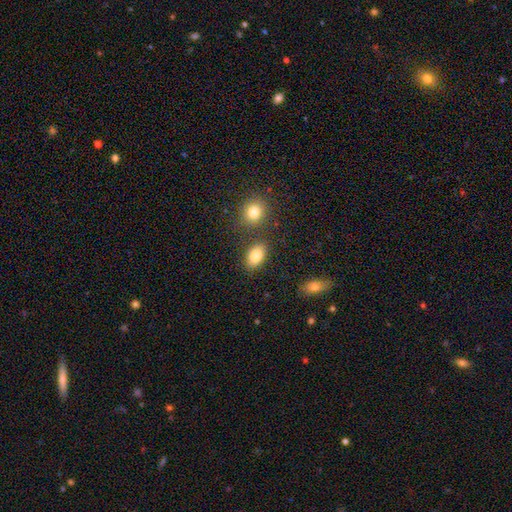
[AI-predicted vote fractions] This is clearly a smooth galaxy (83%). How rounded: clearly in between (88%). Merging: likely none (79%).